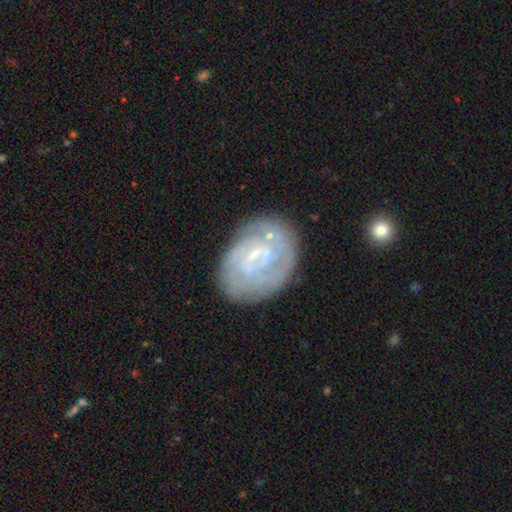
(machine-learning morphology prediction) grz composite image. It shows a featured or disk galaxy (71%) with a weak bar (48%), spiral arms (72%) and a small central bulge (60%). Merging: none (68%).